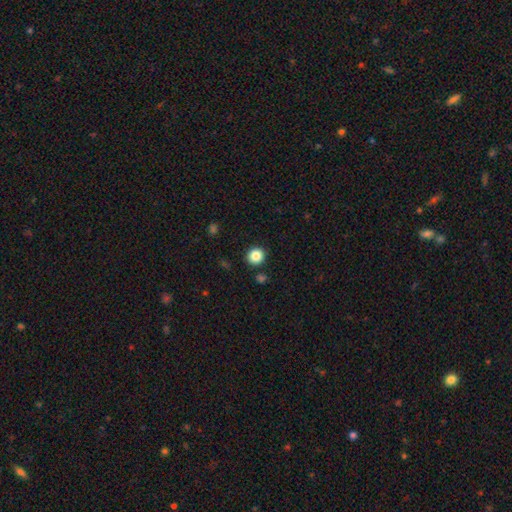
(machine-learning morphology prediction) A smooth galaxy with no disk features (86%) that is round (90%).

Vote fractions:
- Smooth or featured? smooth: 86% / star or artifact: 10% / featured or disk: 4%
- How rounded? round: 90% / in between: 9% / cigar-shaped: 1%
- Merging? none: 90% / minor disturbance: 6% / merger: 2% / major disturbance: 2%